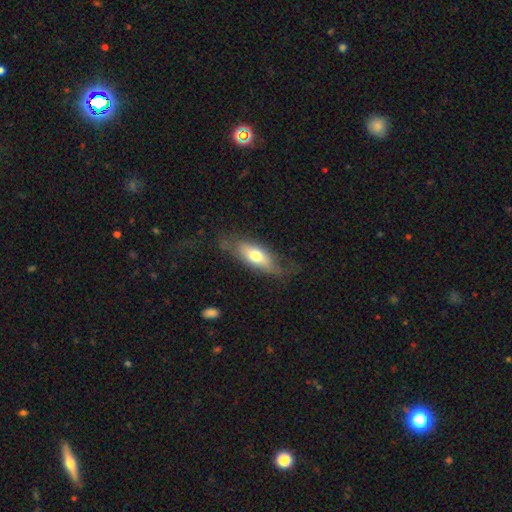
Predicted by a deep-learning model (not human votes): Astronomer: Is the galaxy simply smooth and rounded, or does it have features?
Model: smooth — 57% (runner-up: featured or disk, 37%).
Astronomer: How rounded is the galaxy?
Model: in between — 69%.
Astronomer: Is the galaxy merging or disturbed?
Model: none — 57%.